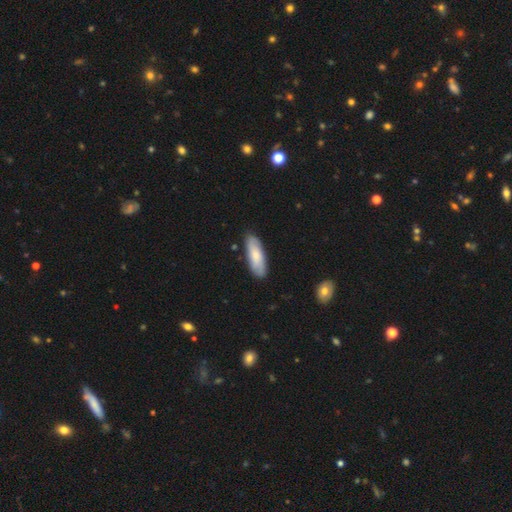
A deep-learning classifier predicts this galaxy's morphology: A smooth galaxy with no disk features (75%) that is in between round and cigar-shaped (61%). Merging: none (85%).